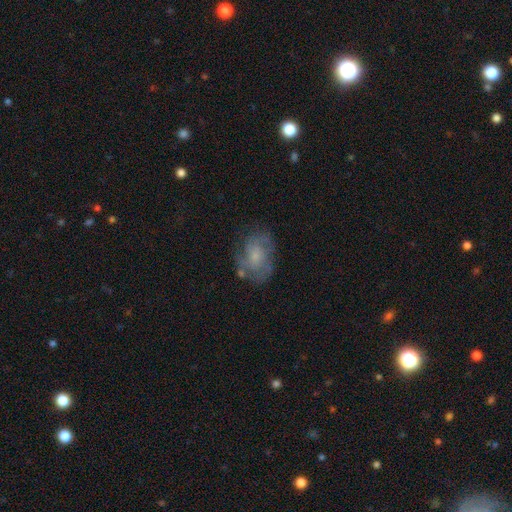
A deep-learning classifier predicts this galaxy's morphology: A featured or disk galaxy (60%) with no bar (74%), spiral arms (74%) and a small central bulge (55%).

Vote fractions:
- Smooth or featured? featured or disk: 60% / smooth: 32% / star or artifact: 8%
- Edge-on disk? no: 97% / yes: 3%
- Bar? no: 74% / weak: 23% / strong: 3%
- Spiral arms? yes: 74% / no: 26%
- Bulge size? small: 55% / moderate: 27% / none: 14% / large: 3% / dominant: 1%
- Merging? none: 60% / minor disturbance: 23% / major disturbance: 13% / merger: 4%